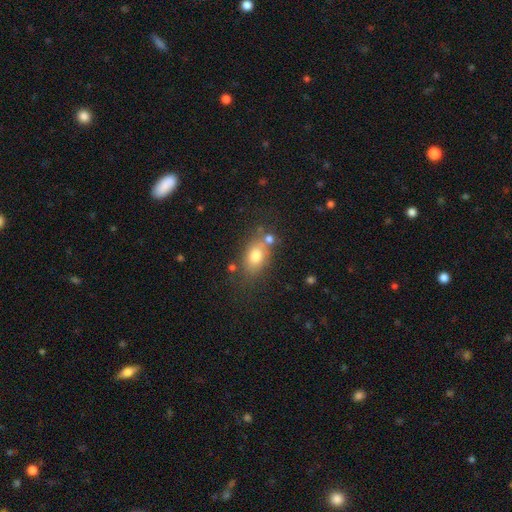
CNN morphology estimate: The model was most divided on "merging": none: 63%, minor disturbance: 16%, merger: 15%, major disturbance: 6%. More confident: how rounded — in between (78%); smooth or featured — smooth (75%).